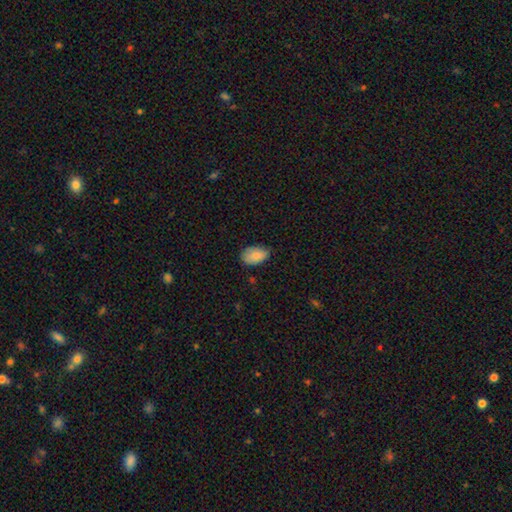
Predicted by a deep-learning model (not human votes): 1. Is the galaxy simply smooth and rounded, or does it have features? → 86% smooth, 7% featured or disk, 7% star or artifact.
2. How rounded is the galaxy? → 91% in between, 8% round, 1% cigar-shaped.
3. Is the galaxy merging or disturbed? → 67% none, 28% minor disturbance, 4% major disturbance, 1% merger.